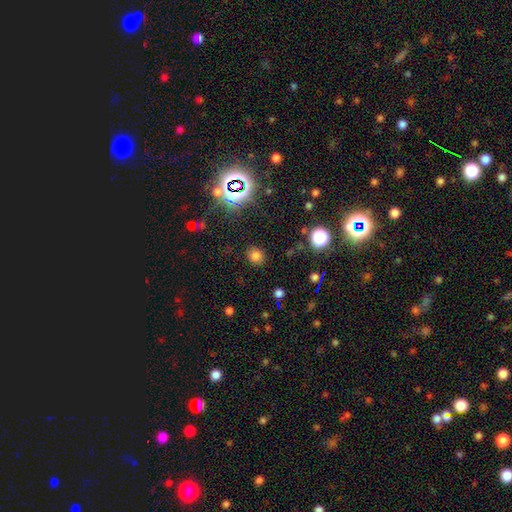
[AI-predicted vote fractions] Smooth or featured?
  - smooth: 71% *
  - star or artifact: 23%
  - featured or disk: 6%
How rounded?
  - round: 71% *
  - in between: 28%
  - cigar-shaped: 1%
Merging?
  - none: 86% *
  - minor disturbance: 9%
  - major disturbance: 4%
  - merger: 2%